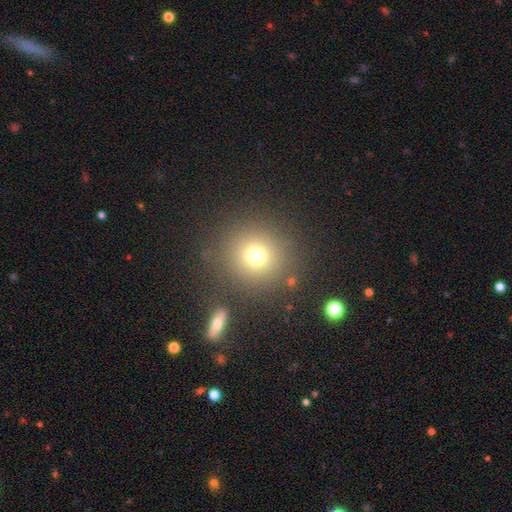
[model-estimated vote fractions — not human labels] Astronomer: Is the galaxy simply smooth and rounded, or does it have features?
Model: smooth — 73%.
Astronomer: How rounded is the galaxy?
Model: round — 91%.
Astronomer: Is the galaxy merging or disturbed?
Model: none — 83%.